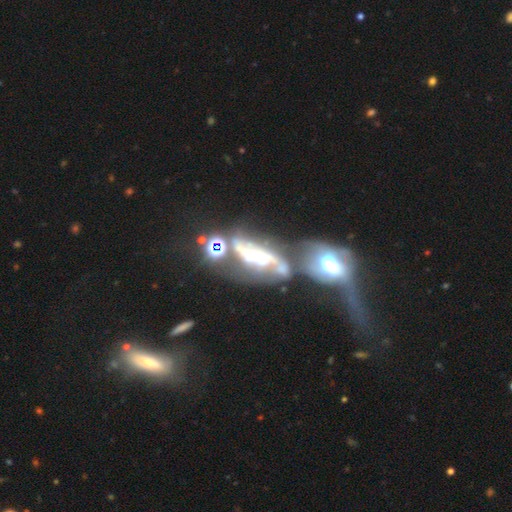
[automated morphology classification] The model was most divided on "bulge size": small: 45%, moderate: 36%, none: 10%, large: 6%, dominant: 3%. More confident: edge-on disk — no (90%); spiral arms — yes (77%); smooth or featured — featured or disk (73%); spiral arm count — 2 (65%); spiral winding — loose (58%); merging — merger (57%); bar — no (50%).